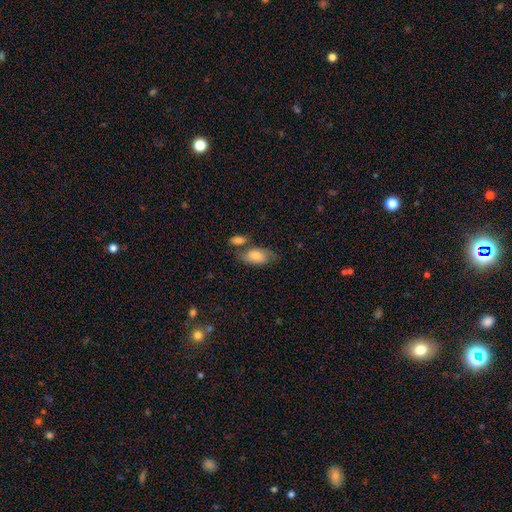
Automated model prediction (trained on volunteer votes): smooth_or_featured: smooth (p=0.72) [alt: featured or disk p=0.20]
how_rounded: in between (p=0.91) [alt: cigar-shaped p=0.05]
merging: none (p=0.51) [alt: merger p=0.23]